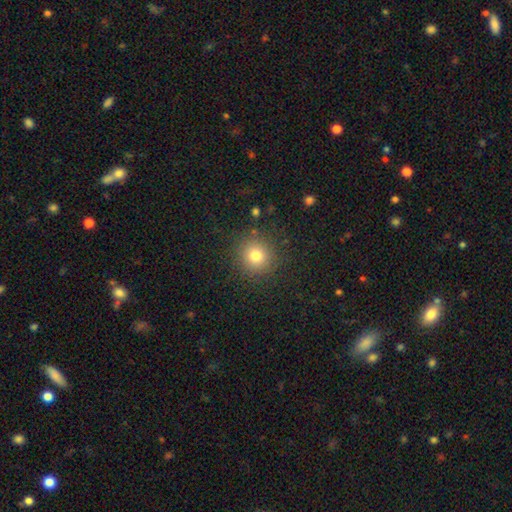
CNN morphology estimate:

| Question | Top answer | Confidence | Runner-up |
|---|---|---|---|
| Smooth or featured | smooth | 76% | star or artifact (15%) |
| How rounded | round | 92% | in between (7%) |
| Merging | none | 88% | minor disturbance (8%) |